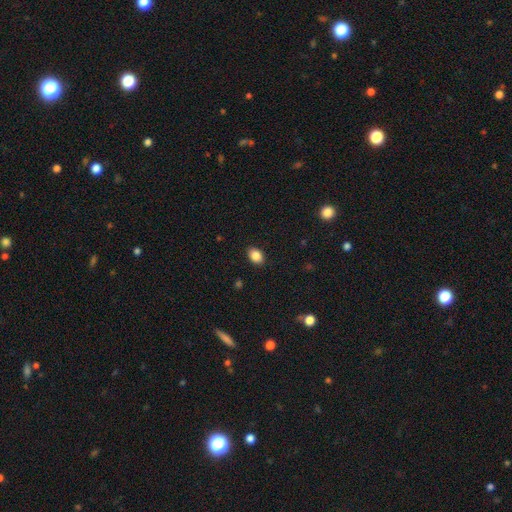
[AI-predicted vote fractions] A smooth galaxy with no disk features (87%) that is in between round and cigar-shaped (78%).

Vote fractions:
- Smooth or featured? smooth: 87% / star or artifact: 9% / featured or disk: 4%
- How rounded? in between: 78% / round: 20% / cigar-shaped: 1%
- Merging? none: 90% / minor disturbance: 7% / major disturbance: 2% / merger: 1%